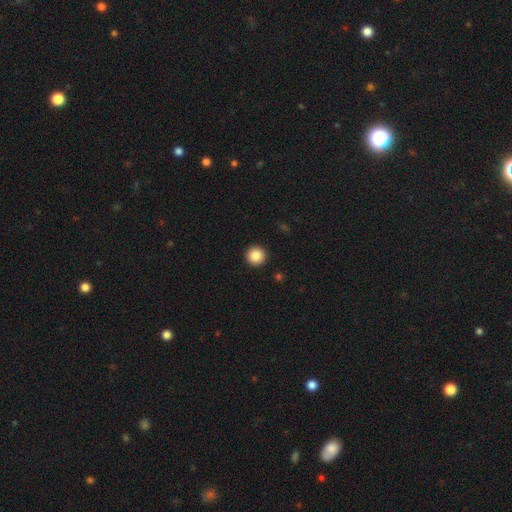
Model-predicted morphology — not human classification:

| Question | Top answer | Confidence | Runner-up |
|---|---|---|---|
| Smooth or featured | smooth | 86% | star or artifact (10%) |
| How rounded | round | 96% | in between (3%) |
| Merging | none | 94% | minor disturbance (4%) |